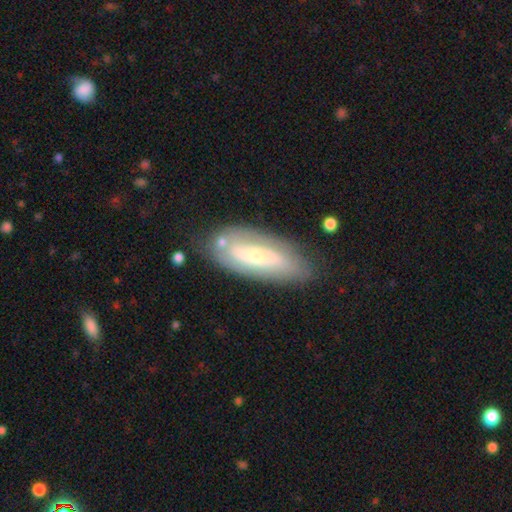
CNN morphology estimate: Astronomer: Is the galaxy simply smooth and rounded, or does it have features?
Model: featured or disk — 61%.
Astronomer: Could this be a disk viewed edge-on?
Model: no — 87%.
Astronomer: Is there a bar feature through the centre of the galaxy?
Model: no — 69%.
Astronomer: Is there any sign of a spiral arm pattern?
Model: yes — 62% (runner-up: no, 38%).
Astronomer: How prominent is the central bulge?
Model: small — 63%.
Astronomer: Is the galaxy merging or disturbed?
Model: none — 71%.